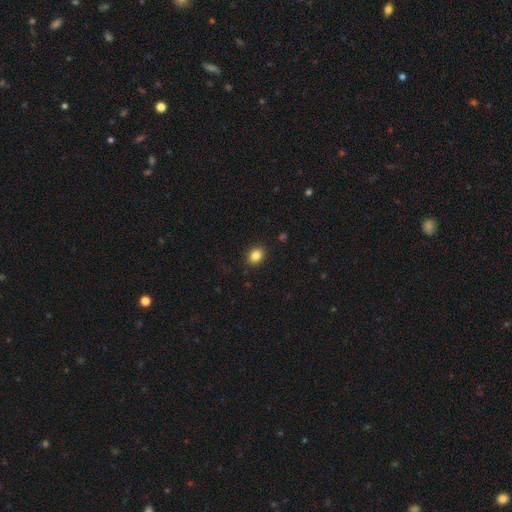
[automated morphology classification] Smooth or featured?
  - smooth: 85% *
  - star or artifact: 10%
  - featured or disk: 5%
How rounded?
  - in between: 56% *
  - round: 43%
  - cigar-shaped: 1%
Merging?
  - none: 89% *
  - minor disturbance: 8%
  - major disturbance: 2%
  - merger: 1%